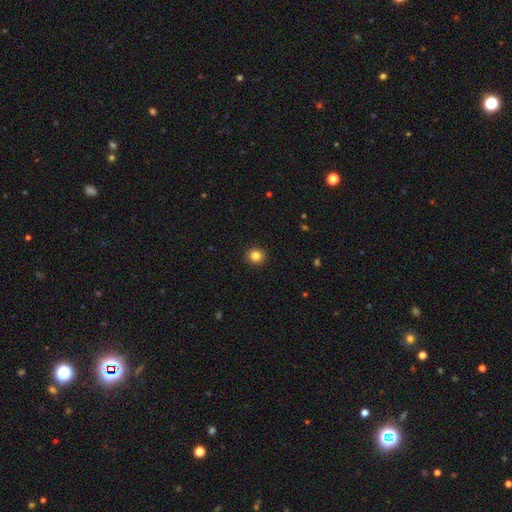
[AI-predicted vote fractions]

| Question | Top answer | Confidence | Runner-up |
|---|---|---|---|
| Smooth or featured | smooth | 84% | star or artifact (11%) |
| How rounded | round | 91% | in between (8%) |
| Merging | none | 93% | minor disturbance (5%) |